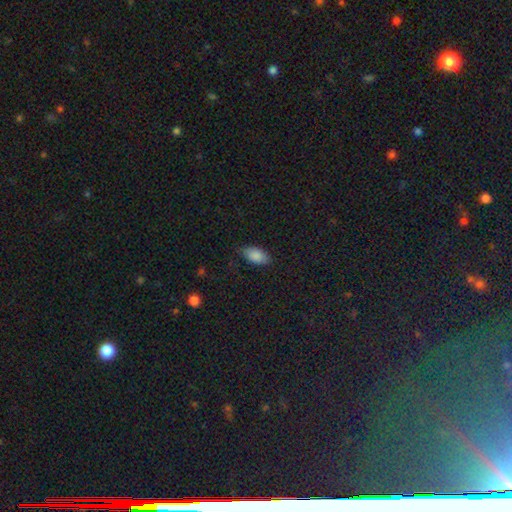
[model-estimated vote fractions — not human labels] Smooth or featured? Predicted: smooth (p=0.87). How rounded? Predicted: in between (p=0.93). Merging? Predicted: none (p=0.78).